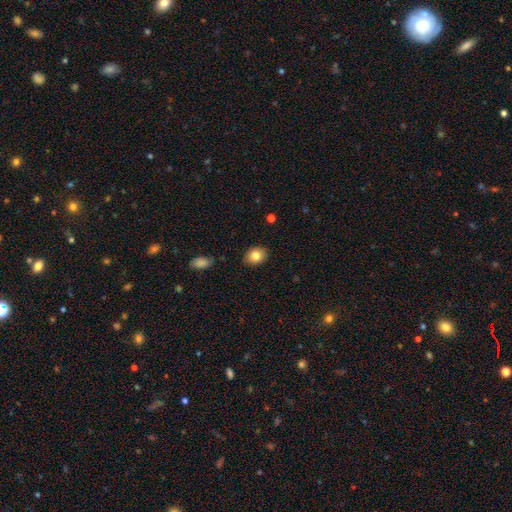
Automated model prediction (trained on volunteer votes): Smooth or featured: smooth — 82% (featured or disk — 9%)
How rounded: in between — 63% (round — 36%)
Merging: none — 88% (minor disturbance — 9%)